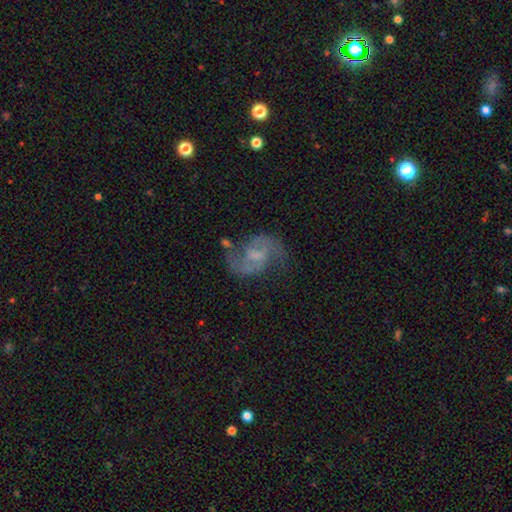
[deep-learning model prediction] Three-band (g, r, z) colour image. It shows a featured or disk galaxy (80%) with a weak bar (53%), 2 (89%) medium (50%) spiral arms (93%) and a small central bulge (37%). Merging: none (65%).